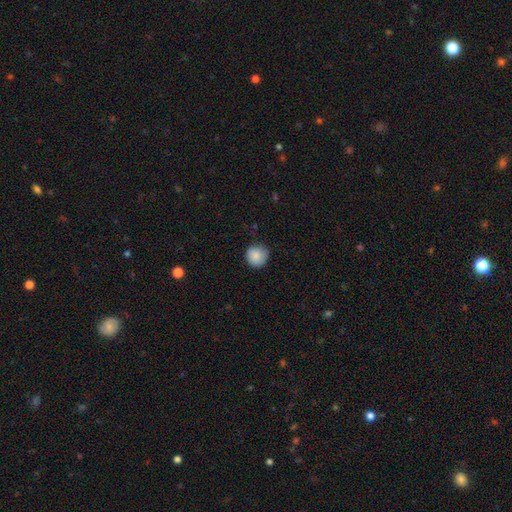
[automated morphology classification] smooth-or-featured: smooth: 88% | star or artifact: 8% | featured or disk: 5%
  how-rounded: round: 93% | in between: 6% | cigar-shaped: 1%
  merging: none: 82% | minor disturbance: 15% | major disturbance: 3% | merger: 1%